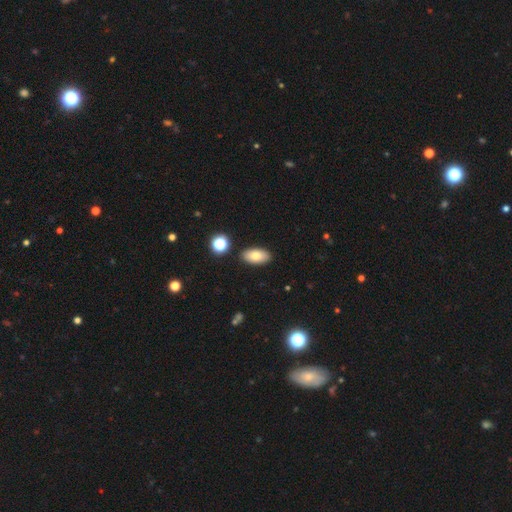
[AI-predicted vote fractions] A smooth galaxy with no disk features (79%) that is in between round and cigar-shaped (92%). Merging: none (87%).